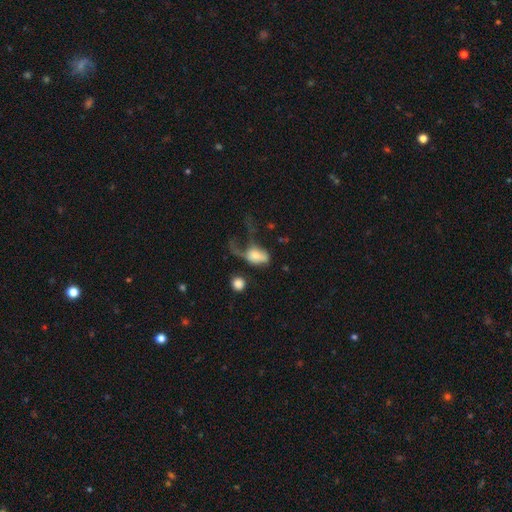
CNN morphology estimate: Smooth or featured? smooth (65%)
How rounded? in between (82%)
Merging? major disturbance (63%)